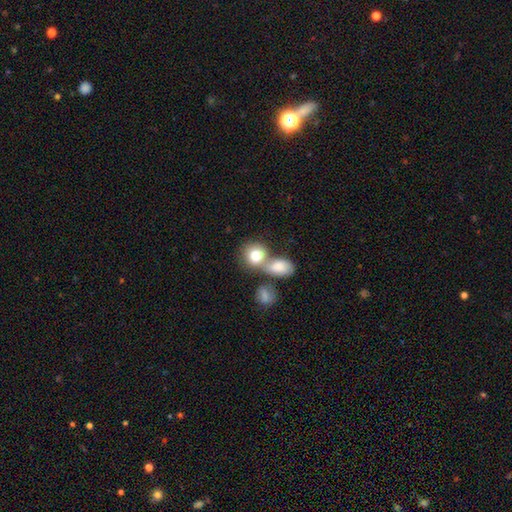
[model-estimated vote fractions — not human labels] Q: Smooth or featured?
A: smooth (79%); runner-up: featured or disk (13%)
Q: How rounded?
A: round (70%); runner-up: in between (29%)
Q: Merging?
A: merger (48%); runner-up: none (38%)